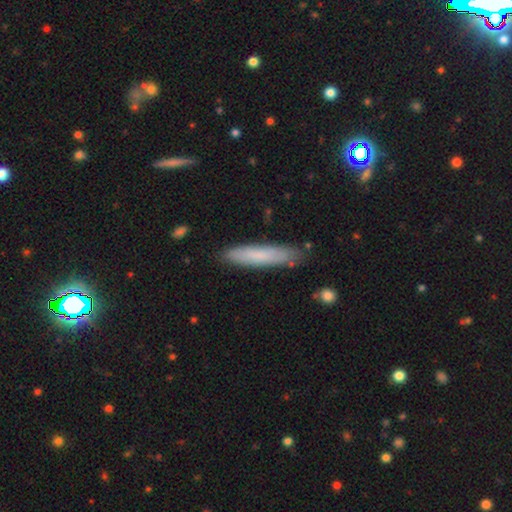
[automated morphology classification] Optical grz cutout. It shows a smooth galaxy with no disk features (74%) that is cigar-shaped (86%). Merging: none (82%).